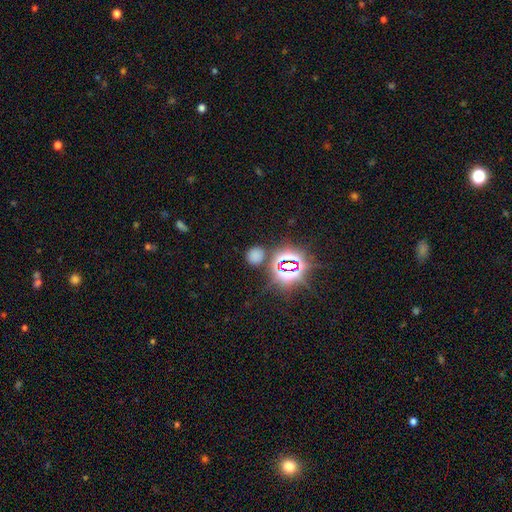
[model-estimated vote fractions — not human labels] Smooth or featured: smooth — 60% (star or artifact — 35%)
How rounded: round — 80% (in between — 18%)
Merging: none — 83% (minor disturbance — 9%)